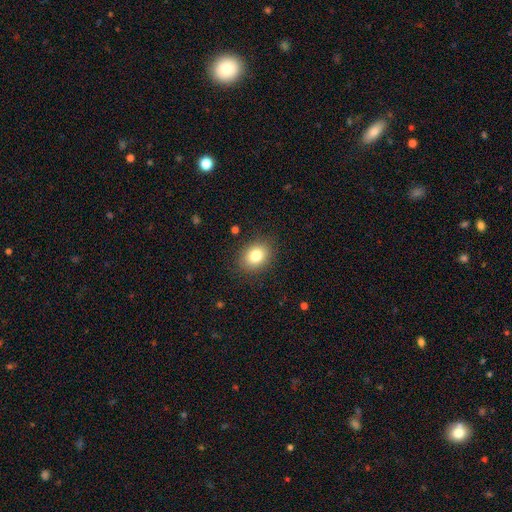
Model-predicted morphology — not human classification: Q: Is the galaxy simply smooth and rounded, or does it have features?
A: smooth — 82%.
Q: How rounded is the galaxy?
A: in between — 58%.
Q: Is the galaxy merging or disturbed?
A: none — 87%.